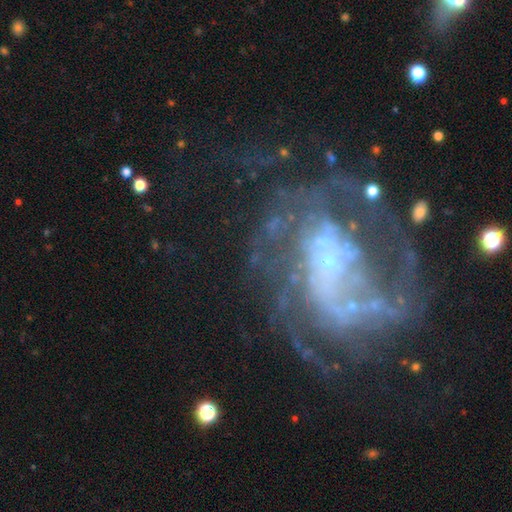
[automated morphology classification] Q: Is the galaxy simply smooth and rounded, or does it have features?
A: featured or disk — 84%.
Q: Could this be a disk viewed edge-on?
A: no — 98%.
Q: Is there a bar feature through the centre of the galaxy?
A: no — 67%.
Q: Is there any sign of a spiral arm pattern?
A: yes — 87%.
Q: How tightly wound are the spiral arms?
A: medium — 39%.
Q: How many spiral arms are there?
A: can't tell — 33%.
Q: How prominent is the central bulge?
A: small — 72%.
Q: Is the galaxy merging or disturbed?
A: none — 50%.